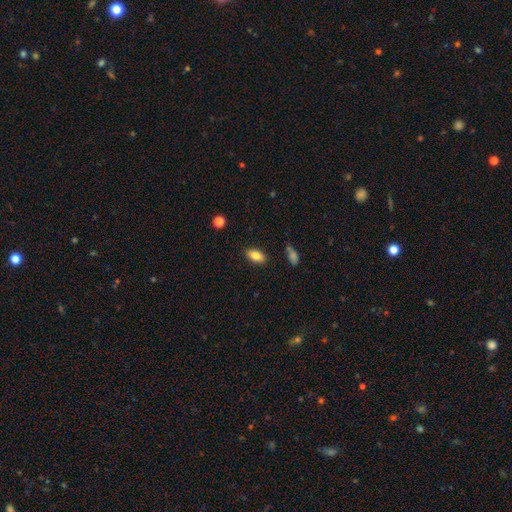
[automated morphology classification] Smooth or featured?
  - smooth: 84% *
  - featured or disk: 8%
  - star or artifact: 8%
How rounded?
  - in between: 91% *
  - cigar-shaped: 5%
  - round: 4%
Merging?
  - none: 85% *
  - minor disturbance: 10%
  - major disturbance: 2%
  - merger: 2%